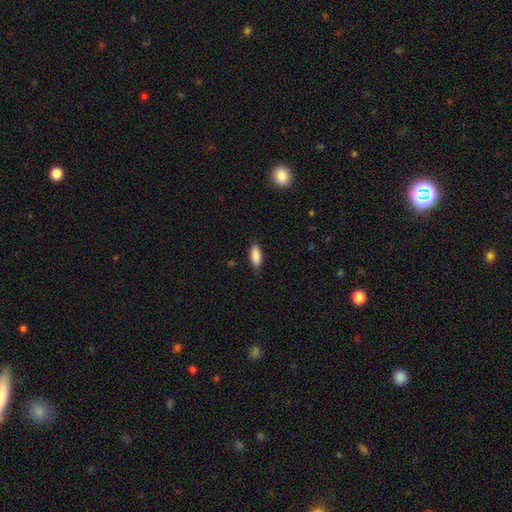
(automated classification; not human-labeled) smooth_or_featured: smooth (p=0.87) [alt: star or artifact p=0.07]
how_rounded: in between (p=0.81) [alt: cigar-shaped p=0.17]
merging: none (p=0.81) [alt: minor disturbance p=0.15]